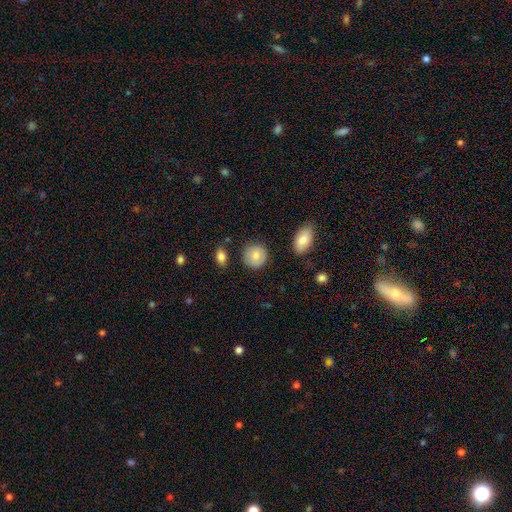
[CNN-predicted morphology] The model was most divided on "merging": none: 84%, minor disturbance: 11%, major disturbance: 3%, merger: 2%. More confident: how rounded — round (87%); smooth or featured — smooth (84%).